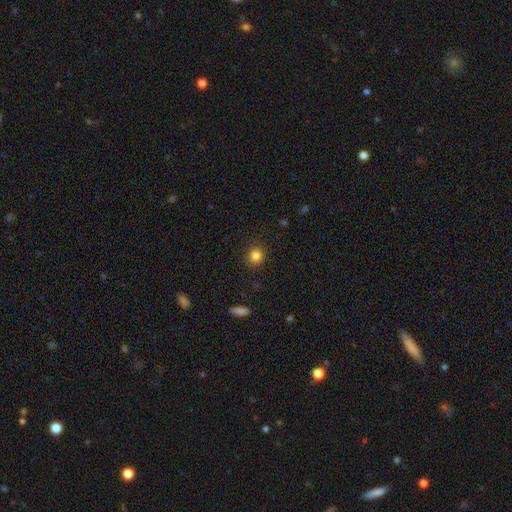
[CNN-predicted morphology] This appears to be a smooth galaxy with no disk features (83%) that is round (85%). Merging: none (90%).